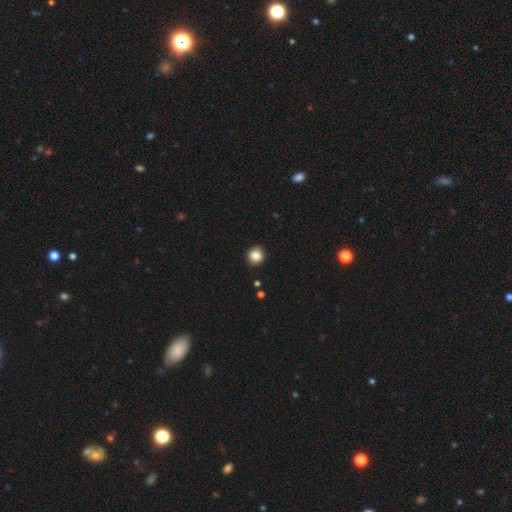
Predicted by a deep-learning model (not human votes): The model was most divided on "smooth or featured": smooth: 85%, star or artifact: 10%, featured or disk: 5%. More confident: merging — none (91%); how rounded — round (89%).